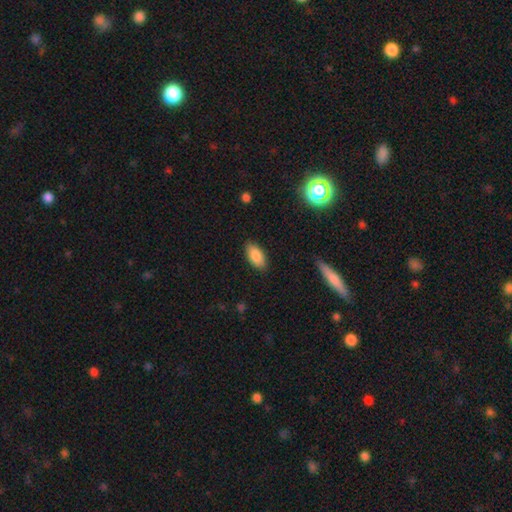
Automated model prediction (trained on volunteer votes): Overall: smooth (86%). How rounded: in between (92%). Merging: none (86%).